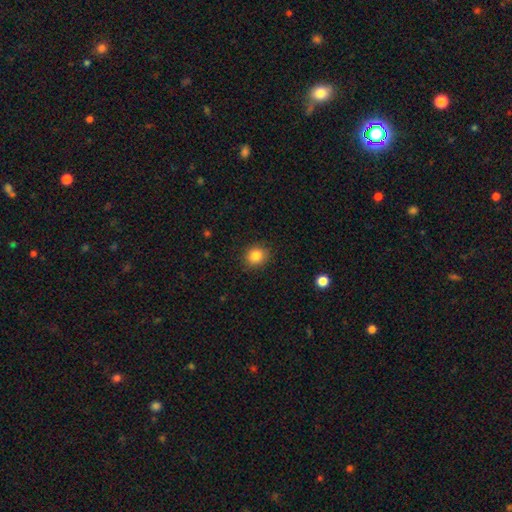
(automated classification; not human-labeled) smooth_or_featured: smooth (p=0.85) [alt: star or artifact p=0.10]
how_rounded: round (p=0.78) [alt: in between p=0.21]
merging: none (p=0.88) [alt: minor disturbance p=0.08]